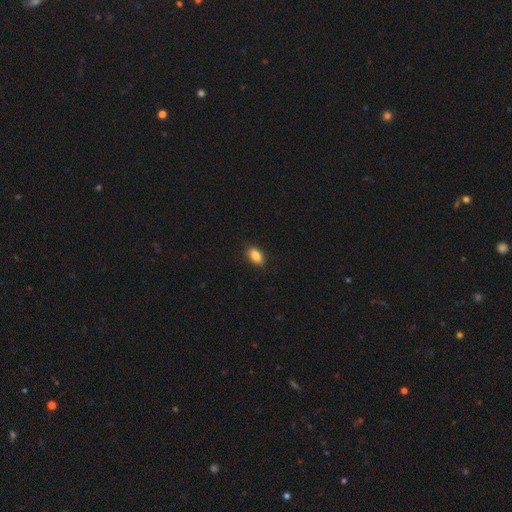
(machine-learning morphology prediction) Smooth or featured?
  - smooth: 86% *
  - star or artifact: 8%
  - featured or disk: 6%
How rounded?
  - in between: 89% *
  - round: 6%
  - cigar-shaped: 5%
Merging?
  - none: 87% *
  - minor disturbance: 10%
  - major disturbance: 2%
  - merger: 1%